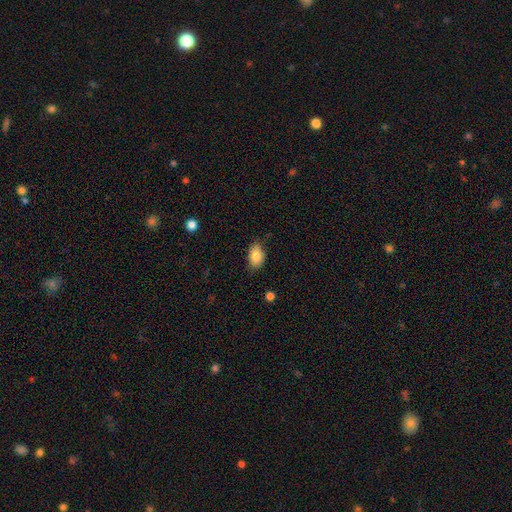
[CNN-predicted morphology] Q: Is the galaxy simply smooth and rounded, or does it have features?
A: smooth — 85%.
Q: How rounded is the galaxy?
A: in between — 87%.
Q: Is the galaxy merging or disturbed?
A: none — 78%.